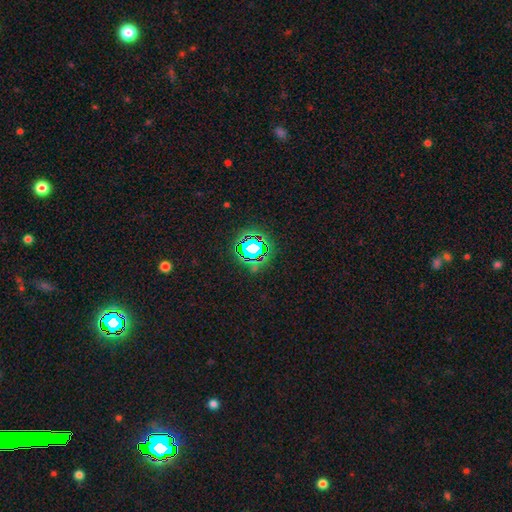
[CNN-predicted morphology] Smooth or featured?
  - star or artifact: 76% *
  - smooth: 16%
  - featured or disk: 9%